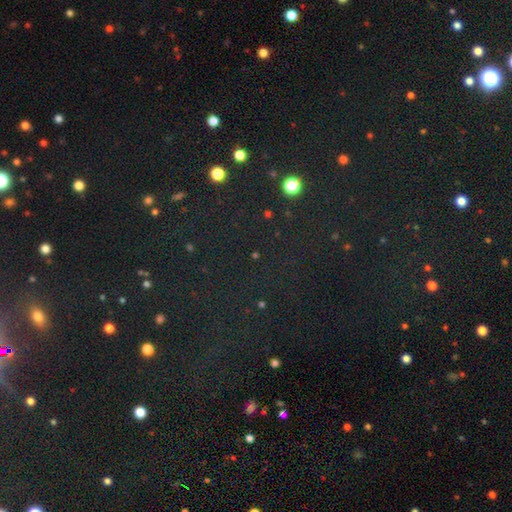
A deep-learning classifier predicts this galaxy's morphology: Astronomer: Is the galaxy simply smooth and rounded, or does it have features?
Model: star or artifact — 64%.